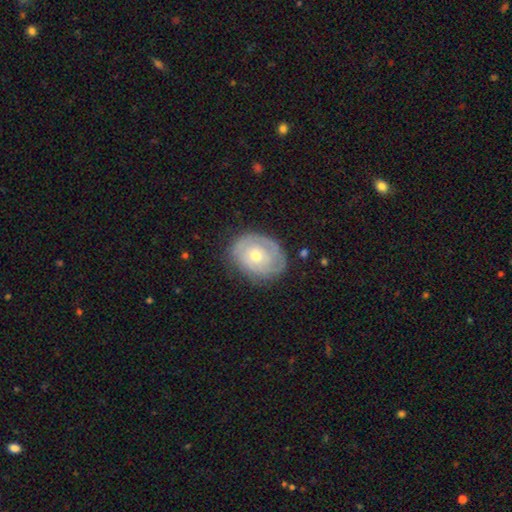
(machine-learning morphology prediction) Q: Smooth or featured?
A: featured or disk (70%); runner-up: smooth (24%)
Q: Edge-on disk?
A: no (96%); runner-up: yes (4%)
Q: Bar?
A: no (83%); runner-up: weak (14%)
Q: Spiral arms?
A: yes (78%); runner-up: no (22%)
Q: Spiral winding?
A: tight (74%); runner-up: medium (19%)
Q: Spiral arm count?
A: can't tell (46%); runner-up: 2 (23%)
Q: Bulge size?
A: moderate (58%); runner-up: small (38%)
Q: Merging?
A: none (74%); runner-up: minor disturbance (19%)